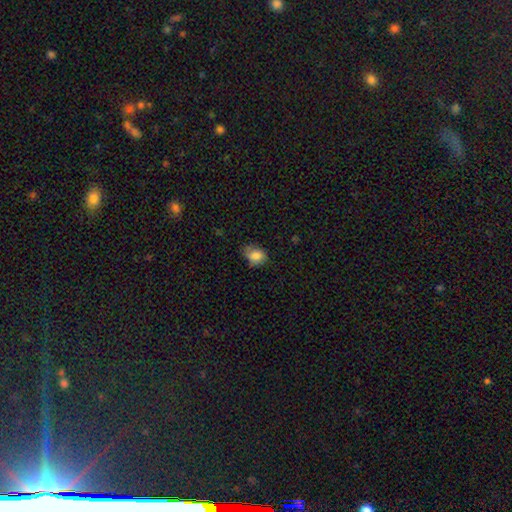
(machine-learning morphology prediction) Smooth or featured? smooth (80%)
How rounded? in between (68%)
Merging? none (60%)